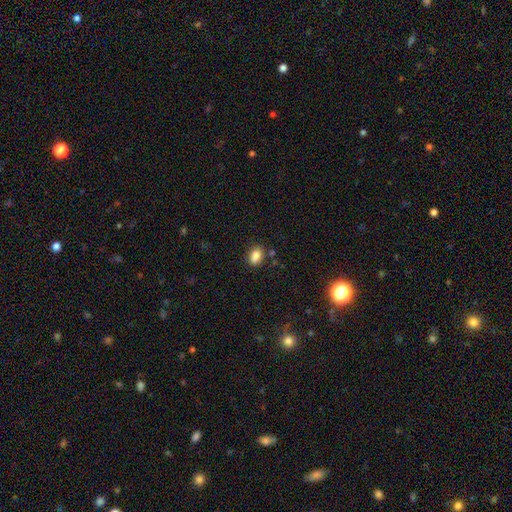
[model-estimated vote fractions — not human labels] This appears to be a smooth galaxy with no disk features (85%) that is in between round and cigar-shaped (78%). Merging: none (76%).